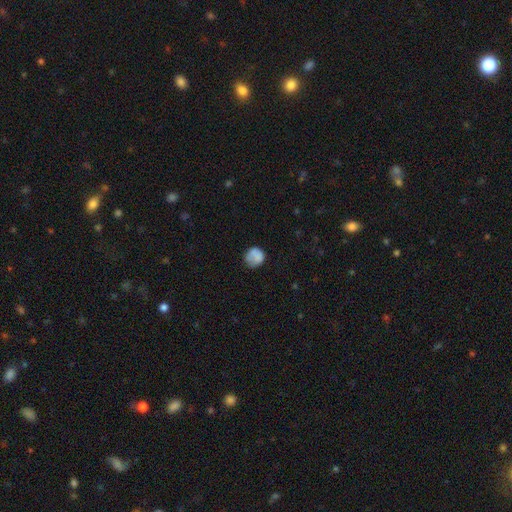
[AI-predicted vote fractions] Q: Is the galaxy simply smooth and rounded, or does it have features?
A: smooth — 79%.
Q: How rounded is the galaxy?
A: round — 82%.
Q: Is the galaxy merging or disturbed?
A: none — 64%.